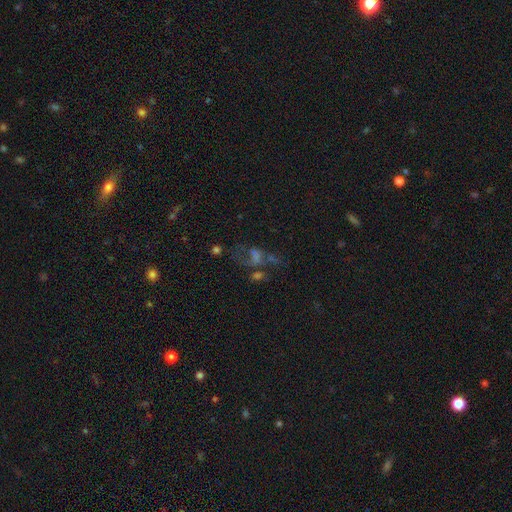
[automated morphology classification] Smooth or featured: featured or disk — 39% (star or artifact — 34%)
Merging: none — 33% (major disturbance — 32%)